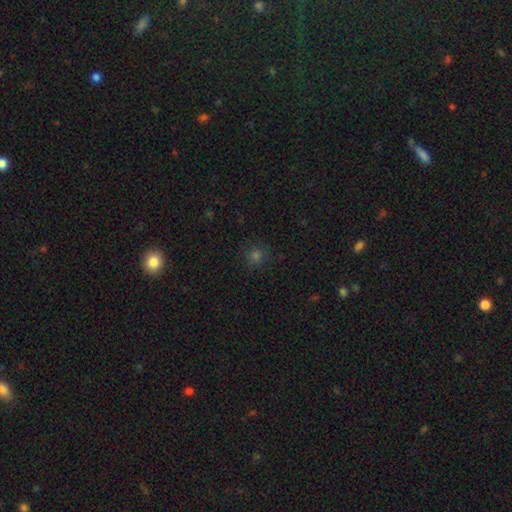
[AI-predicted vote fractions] Smooth or featured? smooth (71%)
How rounded? round (92%)
Merging? none (88%)